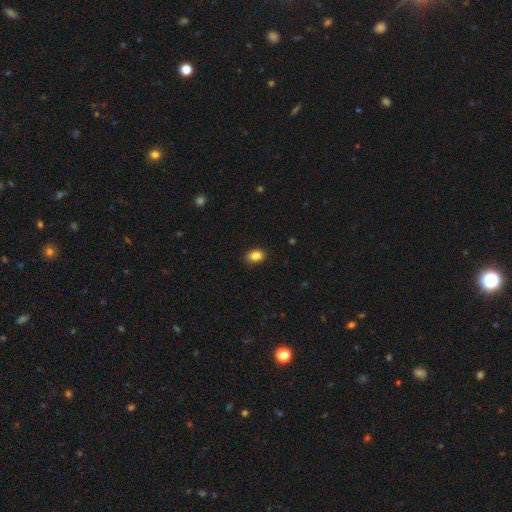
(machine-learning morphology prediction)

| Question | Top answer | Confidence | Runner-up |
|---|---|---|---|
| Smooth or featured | smooth | 85% | star or artifact (9%) |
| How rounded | in between | 82% | round (16%) |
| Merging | none | 87% | minor disturbance (10%) |